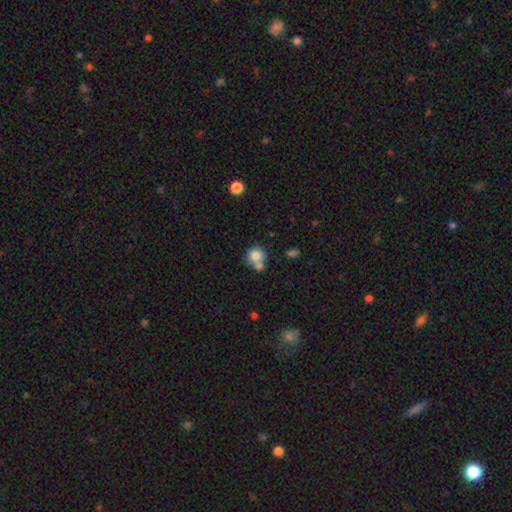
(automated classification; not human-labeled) Morphology: type=smooth (79%); roundness=round (84%); merging=none (46%).